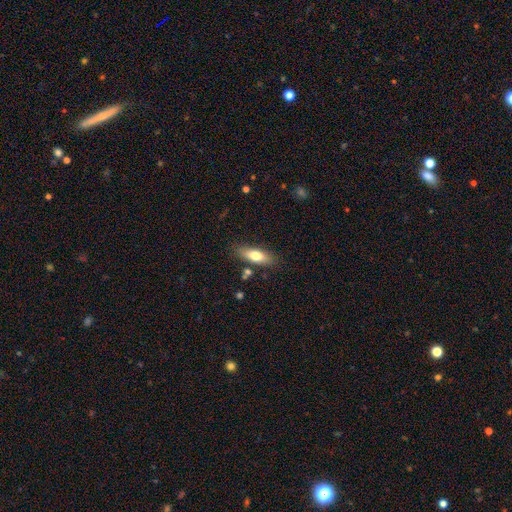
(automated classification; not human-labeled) This is likely a smooth galaxy (73%). How rounded: likely in between (69%). Merging: clearly none (80%).